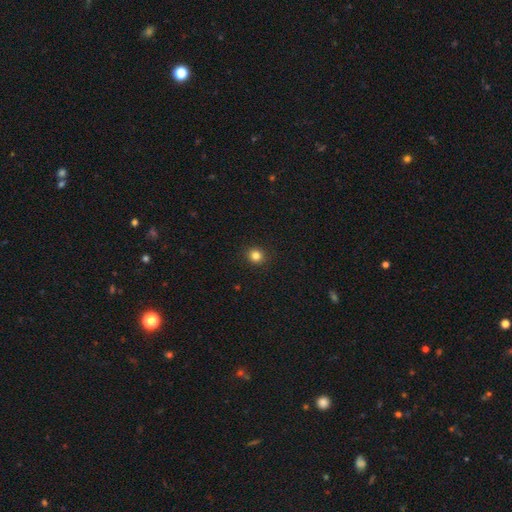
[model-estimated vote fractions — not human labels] Smooth or featured?
  - smooth: 84% *
  - star or artifact: 12%
  - featured or disk: 4%
How rounded?
  - round: 90% *
  - in between: 10%
  - cigar-shaped: 1%
Merging?
  - none: 92% *
  - minor disturbance: 5%
  - major disturbance: 2%
  - merger: 1%